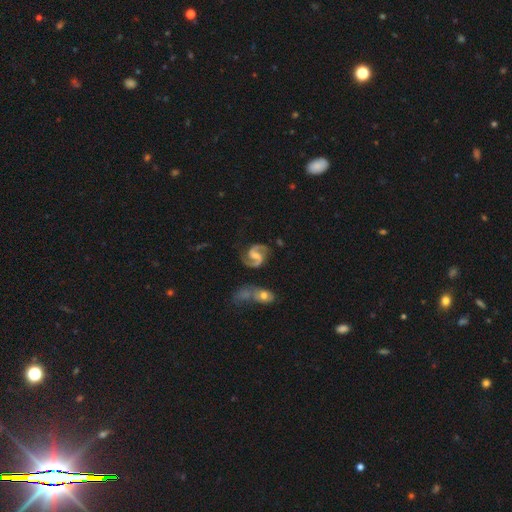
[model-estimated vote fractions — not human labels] Overall: featured or disk (91%). Edge-on disk: no (98%). Bar: weak (52%; strong 26%). Spiral arms: yes (98%). Spiral arm count: 2 (94%). Spiral winding: medium (60%; loose 28%). Bulge size: small (34%; none 31%). Merging: none (71%).